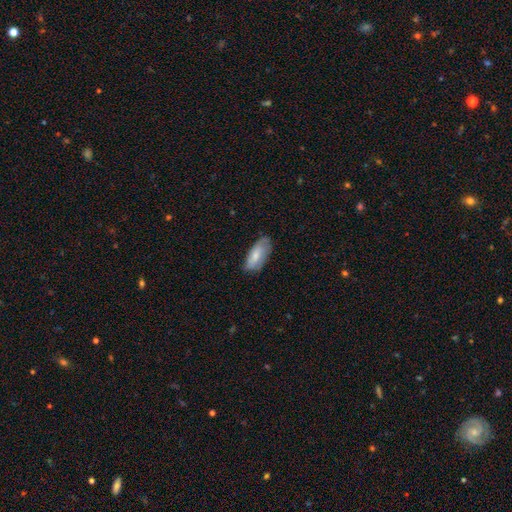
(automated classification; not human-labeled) Smooth or featured: smooth — 72% (featured or disk — 22%)
How rounded: in between — 86% (cigar-shaped — 12%)
Merging: none — 66% (minor disturbance — 27%)